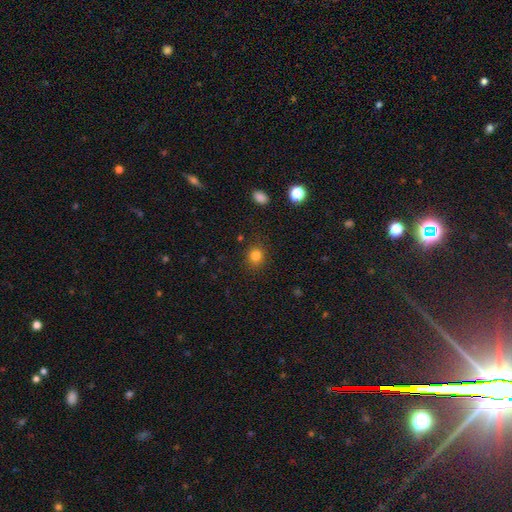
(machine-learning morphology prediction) smooth_or_featured: smooth (p=0.82) [alt: star or artifact p=0.13]
how_rounded: round (p=0.80) [alt: in between p=0.19]
merging: none (p=0.87) [alt: minor disturbance p=0.08]